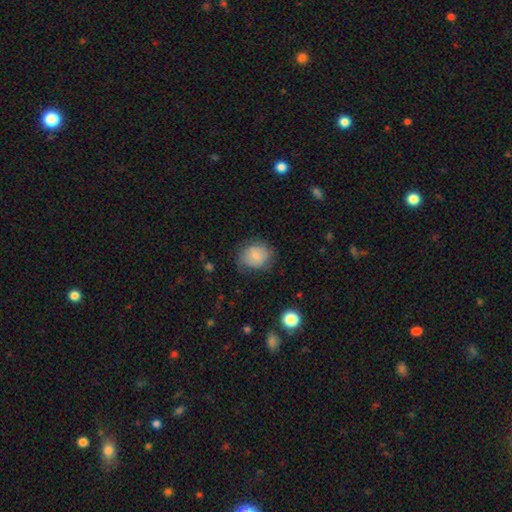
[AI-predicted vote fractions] This is likely a smooth galaxy (72%). How rounded: likely round (64%). Merging: likely none (65%).